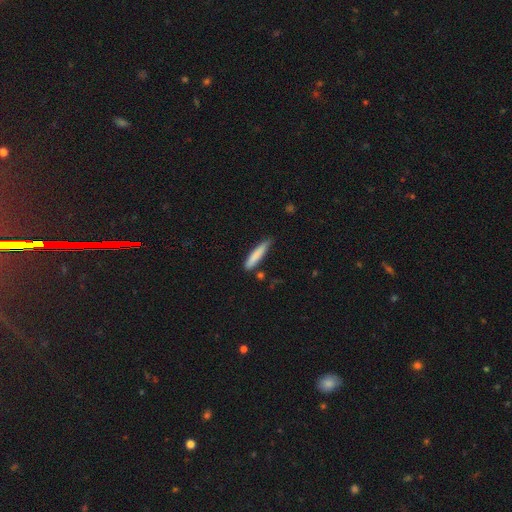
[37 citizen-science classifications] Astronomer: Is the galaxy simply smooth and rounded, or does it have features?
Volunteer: smooth — 76%.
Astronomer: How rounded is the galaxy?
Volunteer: cigar-shaped — 93%.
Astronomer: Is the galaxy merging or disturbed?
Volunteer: none — 67%.